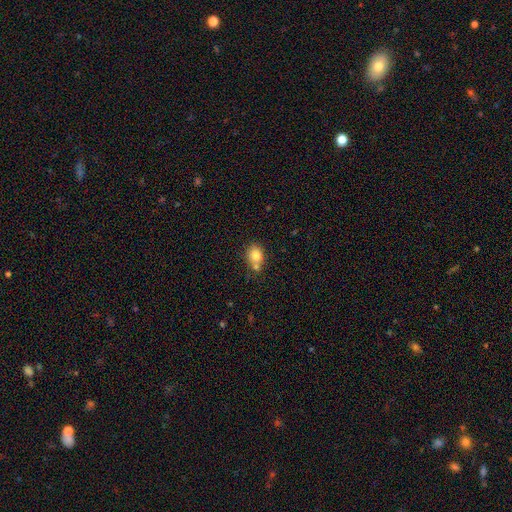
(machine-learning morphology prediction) This is likely a smooth galaxy (80%). How rounded: possibly round (52%). Merging: possibly none (56%).